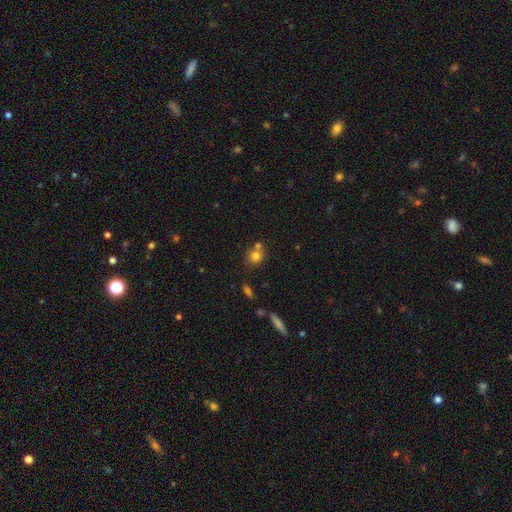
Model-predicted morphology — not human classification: smooth-or-featured: smooth: 77% | star or artifact: 12% | featured or disk: 11%
  how-rounded: round: 82% | in between: 17% | cigar-shaped: 1%
  merging: none: 54% | merger: 32% | minor disturbance: 10% | major disturbance: 3%